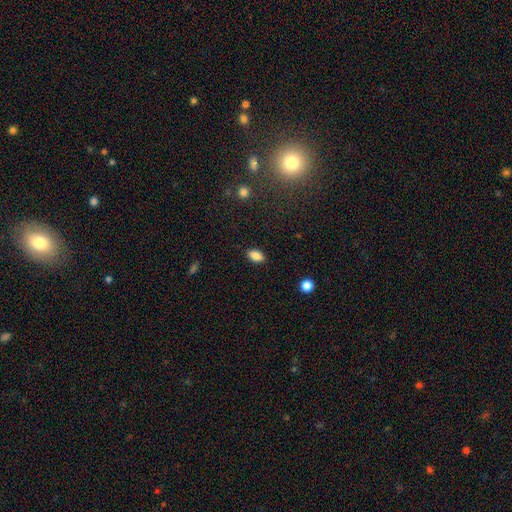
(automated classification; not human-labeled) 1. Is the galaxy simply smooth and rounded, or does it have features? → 86% smooth, 9% star or artifact, 5% featured or disk.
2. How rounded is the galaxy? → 90% in between, 6% round, 3% cigar-shaped.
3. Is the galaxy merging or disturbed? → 88% none, 9% minor disturbance, 2% major disturbance, 1% merger.